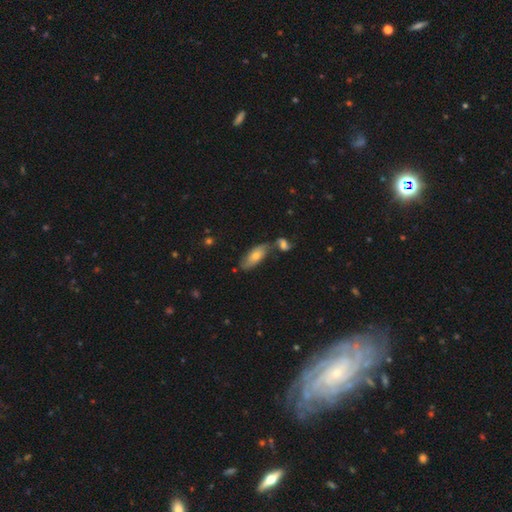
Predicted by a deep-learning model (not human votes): This appears to be a smooth galaxy with no disk features (60%) that is in between round and cigar-shaped (78%). Merging: none (56%).